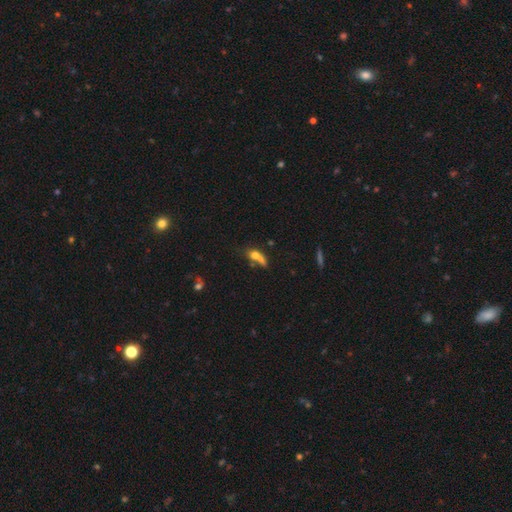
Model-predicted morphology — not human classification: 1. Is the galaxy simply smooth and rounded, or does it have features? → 64% smooth, 21% featured or disk, 14% star or artifact.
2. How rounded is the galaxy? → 47% in between, 32% round, 20% cigar-shaped.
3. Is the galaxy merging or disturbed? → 41% merger, 31% none, 15% major disturbance, 13% minor disturbance.